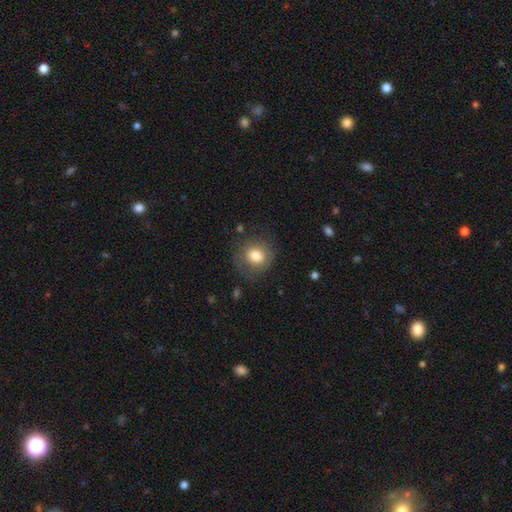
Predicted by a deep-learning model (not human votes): This is likely a smooth galaxy (77%). How rounded: likely round (76%). Merging: likely none (71%).